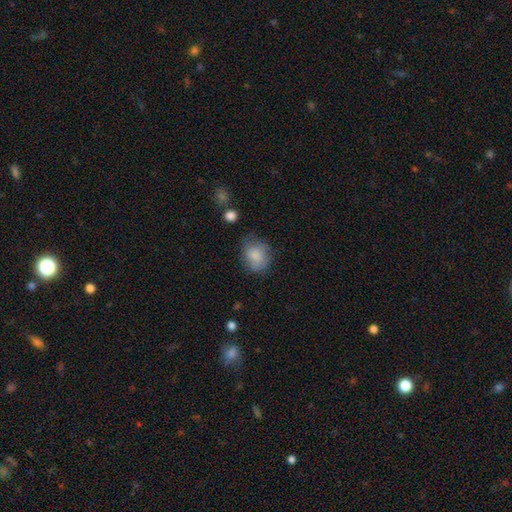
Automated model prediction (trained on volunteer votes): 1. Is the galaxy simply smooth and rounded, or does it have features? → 82% smooth, 11% featured or disk, 8% star or artifact.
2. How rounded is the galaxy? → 61% round, 38% in between, 1% cigar-shaped.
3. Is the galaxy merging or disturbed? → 63% none, 26% minor disturbance, 9% major disturbance, 2% merger.